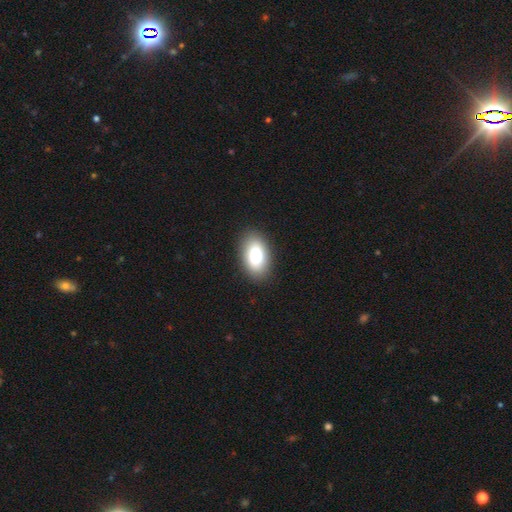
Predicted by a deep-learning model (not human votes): smooth 84%, featured or disk 8%, star or artifact 7%. Down the decision tree: how rounded — in between (94%); merging — none (88%).